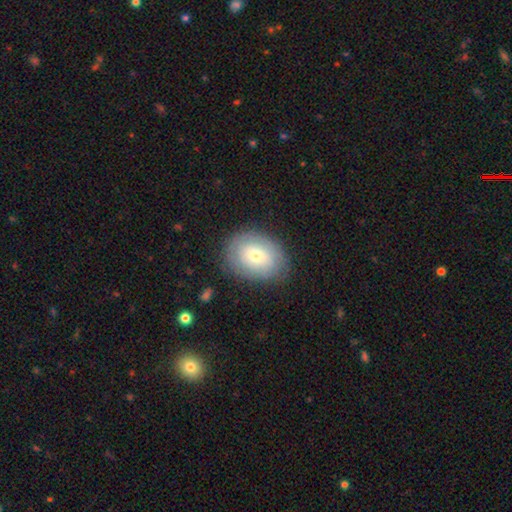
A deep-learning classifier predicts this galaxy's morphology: Smooth or featured?
  - smooth: 58% *
  - featured or disk: 34%
  - star or artifact: 8%
How rounded?
  - in between: 65% *
  - round: 34%
  - cigar-shaped: 1%
Merging?
  - none: 80% *
  - minor disturbance: 14%
  - major disturbance: 5%
  - merger: 1%